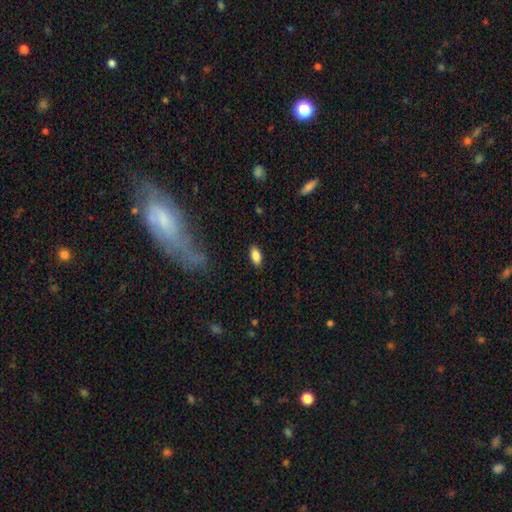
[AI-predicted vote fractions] A smooth galaxy with no disk features (86%) that is in between round and cigar-shaped (91%).

Vote fractions:
- Smooth or featured? smooth: 86% / star or artifact: 8% / featured or disk: 6%
- How rounded? in between: 91% / cigar-shaped: 5% / round: 4%
- Merging? none: 87% / minor disturbance: 9% / major disturbance: 2% / merger: 1%